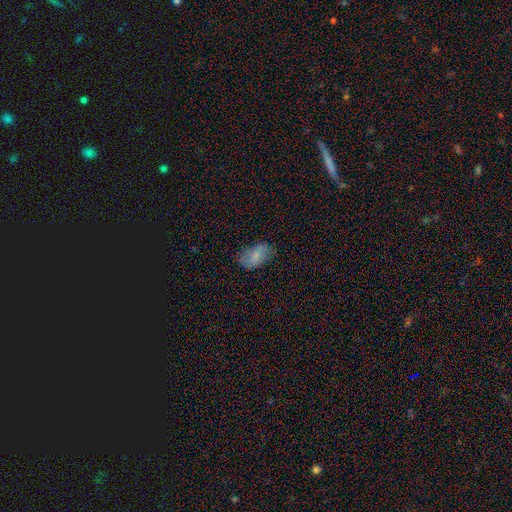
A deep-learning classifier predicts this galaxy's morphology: Q: Smooth or featured?
A: smooth (76%); runner-up: featured or disk (15%)
Q: How rounded?
A: in between (92%); runner-up: round (6%)
Q: Merging?
A: none (70%); runner-up: minor disturbance (22%)